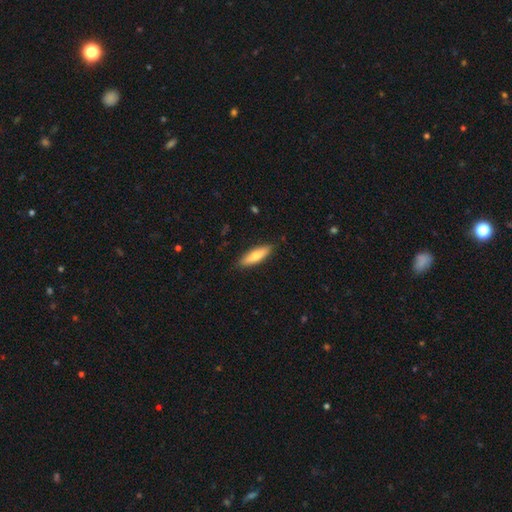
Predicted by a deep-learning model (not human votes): The model was most divided on "how rounded": cigar-shaped: 57%, in between: 41%, round: 2%. More confident: merging — none (87%); smooth or featured — smooth (70%).